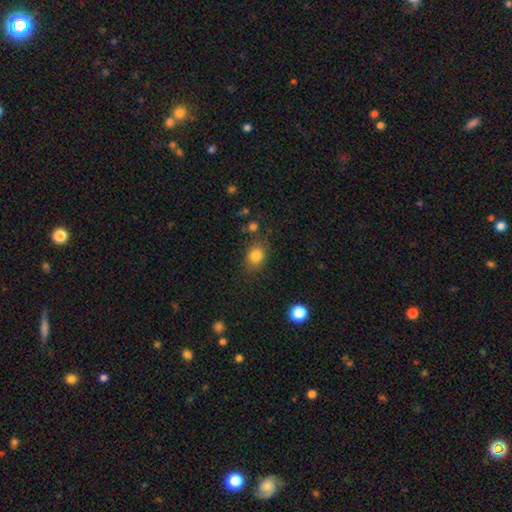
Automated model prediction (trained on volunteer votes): This is clearly a smooth galaxy (83%). How rounded: possibly round (50%). Merging: likely none (76%).